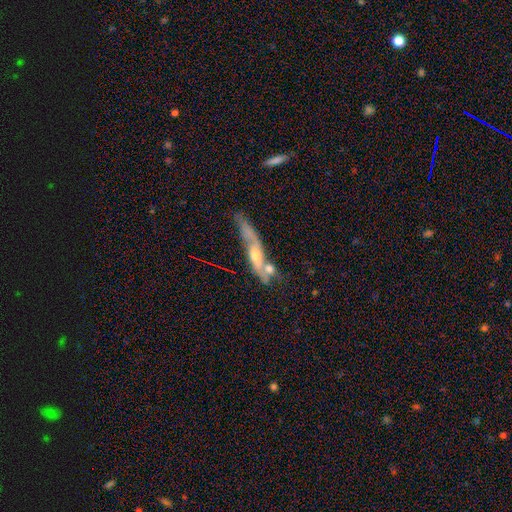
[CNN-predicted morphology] smooth-or-featured: featured or disk: 65% | smooth: 28% | star or artifact: 7%
  disk-edge-on: no: 52% | yes: 48%
  merging: none: 34% | merger: 32% | minor disturbance: 20% | major disturbance: 14%